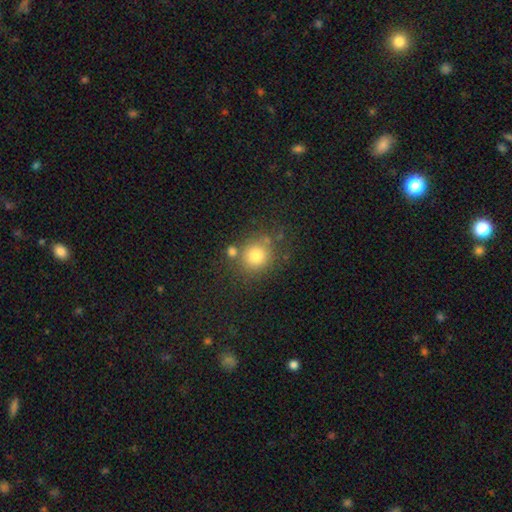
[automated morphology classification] Q: Smooth or featured?
A: smooth (78%); runner-up: star or artifact (13%)
Q: How rounded?
A: round (85%); runner-up: in between (14%)
Q: Merging?
A: none (71%); runner-up: minor disturbance (13%)